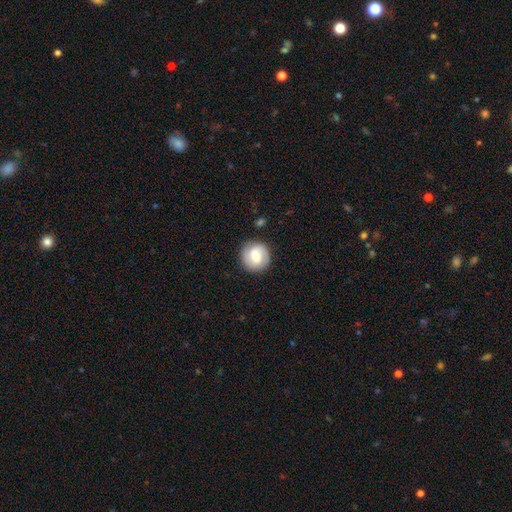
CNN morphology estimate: The model was most divided on "smooth or featured": smooth: 61%, featured or disk: 32%, star or artifact: 7%. More confident: how rounded — round (91%); merging — none (85%).